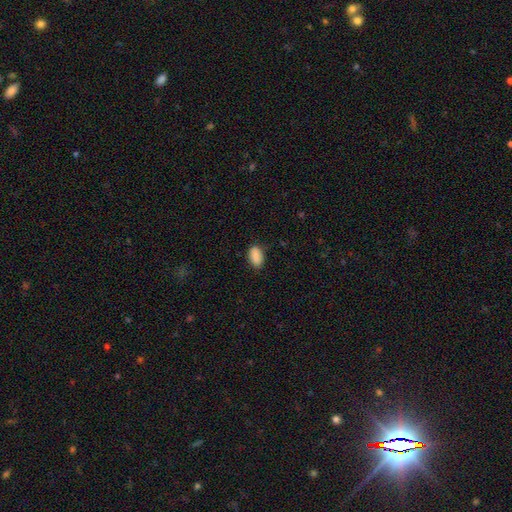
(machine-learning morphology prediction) smooth_or_featured: smooth (p=0.90) [alt: star or artifact p=0.07]
how_rounded: in between (p=0.92) [alt: round p=0.05]
merging: none (p=0.83) [alt: minor disturbance p=0.14]